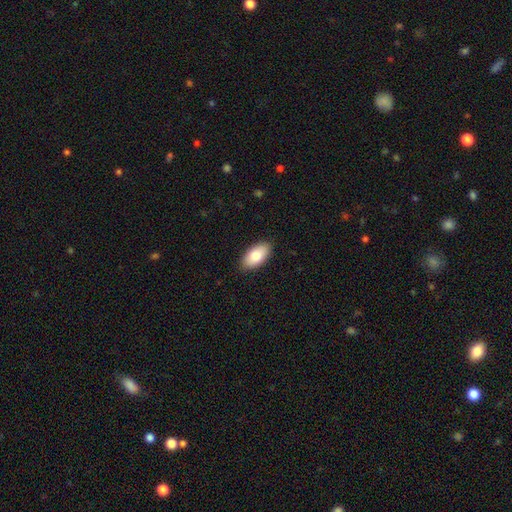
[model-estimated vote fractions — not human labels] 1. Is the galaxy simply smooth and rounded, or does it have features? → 80% smooth, 14% featured or disk, 6% star or artifact.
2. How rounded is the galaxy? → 94% in between, 3% cigar-shaped, 3% round.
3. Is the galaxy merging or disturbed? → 89% none, 9% minor disturbance, 2% major disturbance, 1% merger.